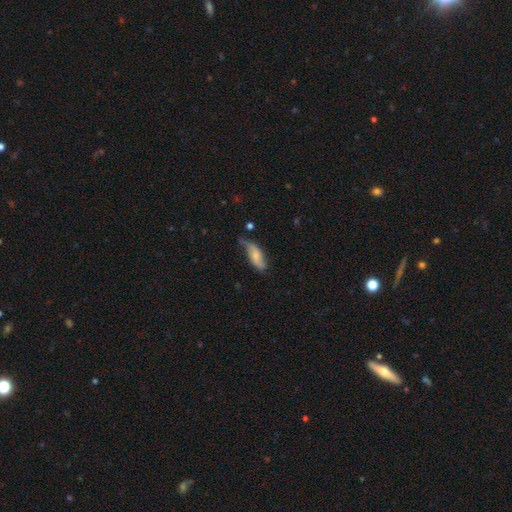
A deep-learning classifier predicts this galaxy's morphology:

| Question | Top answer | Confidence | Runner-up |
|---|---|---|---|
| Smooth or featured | smooth | 51% | featured or disk (42%) |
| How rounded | in between | 75% | cigar-shaped (23%) |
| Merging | none | 42% | minor disturbance (40%) |